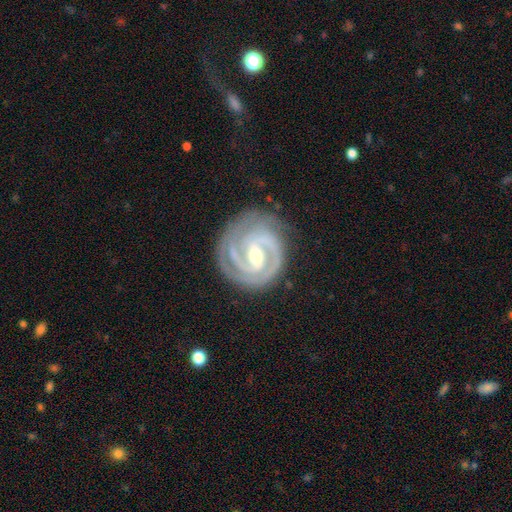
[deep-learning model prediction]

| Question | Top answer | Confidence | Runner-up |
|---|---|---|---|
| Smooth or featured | featured or disk | 93% | star or artifact (4%) |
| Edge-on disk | no | 98% | yes (2%) |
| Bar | strong | 45% | weak (42%) |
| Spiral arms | yes | 99% | no (1%) |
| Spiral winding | tight | 74% | medium (23%) |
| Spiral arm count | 2 | 59% | 3 (26%) |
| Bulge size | moderate | 56% | small (41%) |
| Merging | none | 80% | minor disturbance (14%) |